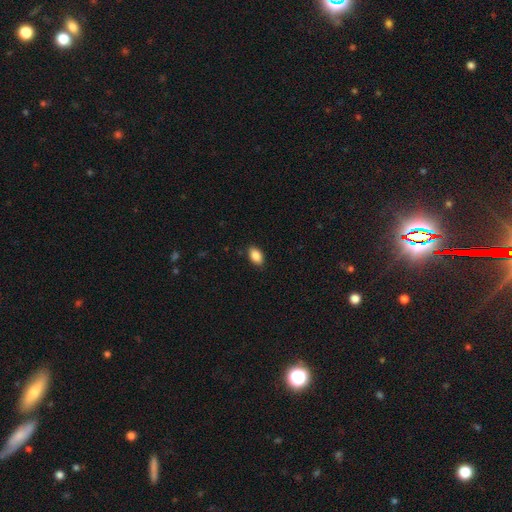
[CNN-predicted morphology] The model was most divided on "merging": none: 88%, minor disturbance: 9%, major disturbance: 2%, merger: 1%. More confident: how rounded — in between (91%); smooth or featured — smooth (88%).